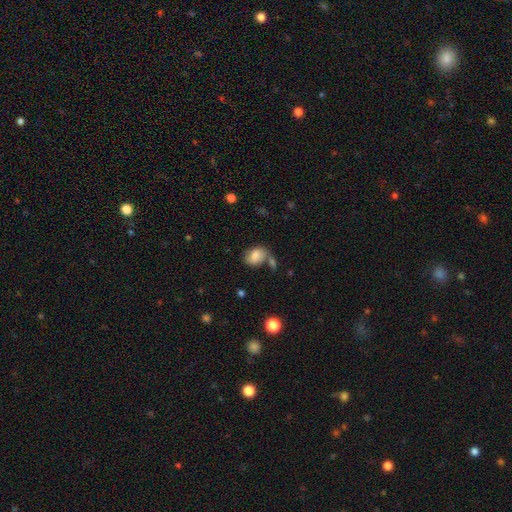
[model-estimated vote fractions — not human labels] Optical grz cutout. It shows a smooth galaxy with no disk features (73%) that is in between round and cigar-shaped (69%). Merging: none (49%).